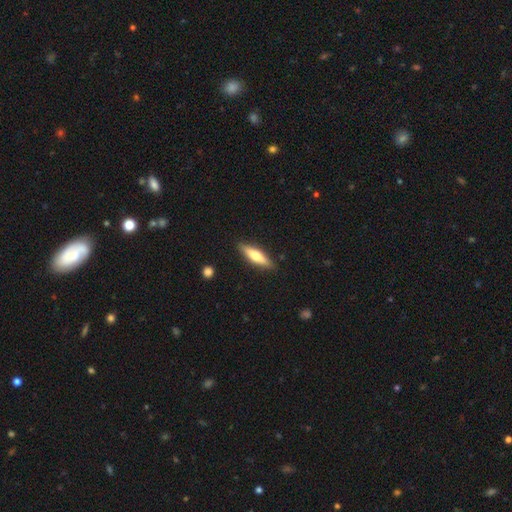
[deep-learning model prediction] smooth_or_featured: smooth (p=0.58) [alt: featured or disk p=0.37]
how_rounded: cigar-shaped (p=0.67) [alt: in between p=0.31]
merging: none (p=0.88) [alt: minor disturbance p=0.09]